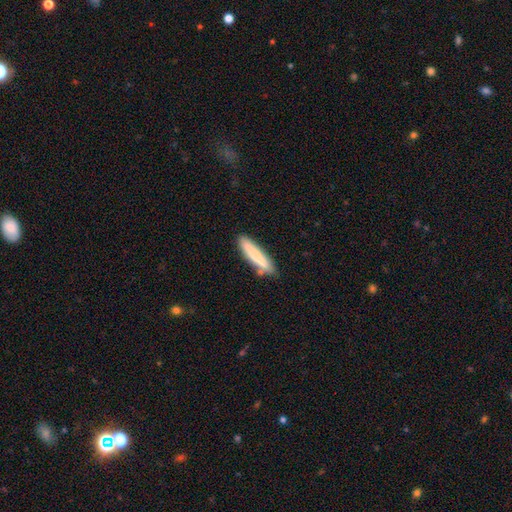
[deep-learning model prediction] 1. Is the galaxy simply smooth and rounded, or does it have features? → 74% smooth, 20% featured or disk, 6% star or artifact.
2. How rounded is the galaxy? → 86% cigar-shaped, 13% in between, 1% round.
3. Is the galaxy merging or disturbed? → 76% none, 16% minor disturbance, 5% merger, 3% major disturbance.